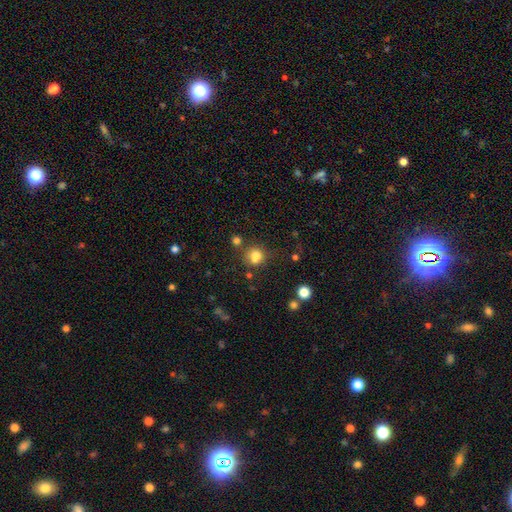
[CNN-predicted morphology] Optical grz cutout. It shows a smooth galaxy with no disk features (78%) that is round (85%). Merging: none (66%).